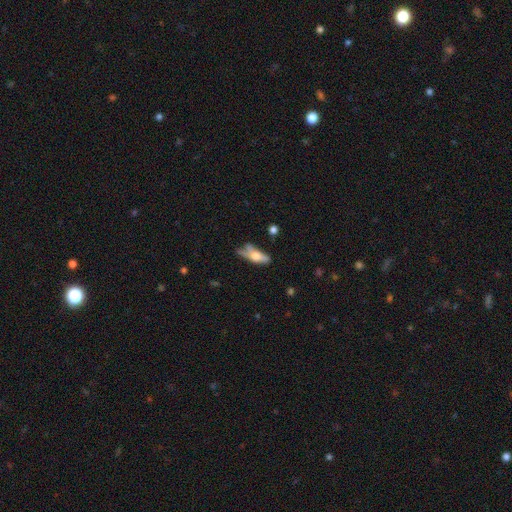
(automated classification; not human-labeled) Q: Smooth or featured?
A: smooth (49%); runner-up: featured or disk (43%)
Q: Merging?
A: none (38%); runner-up: minor disturbance (28%)